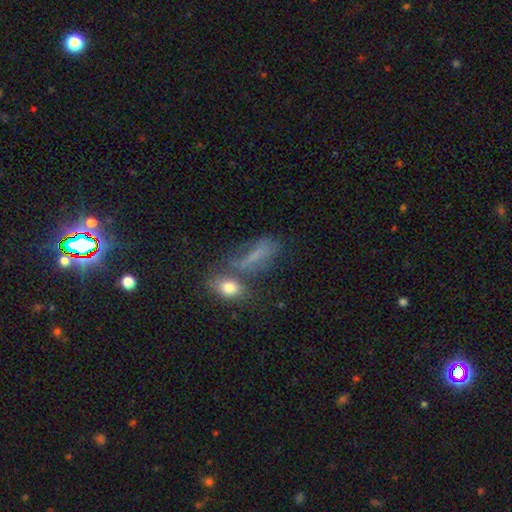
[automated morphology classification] Smooth or featured? Predicted: smooth (p=0.58). How rounded? Predicted: in between (p=0.46). Merging? Predicted: none (p=0.45).